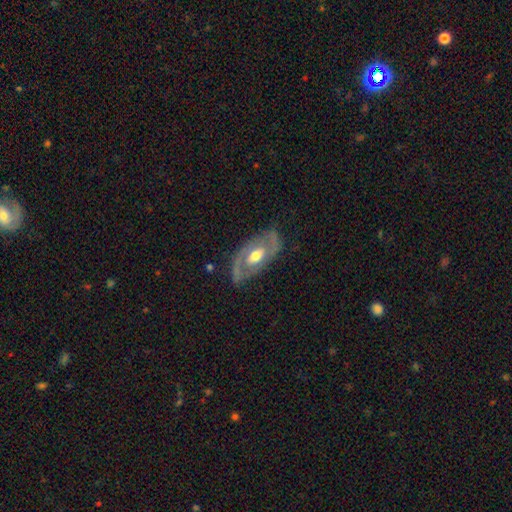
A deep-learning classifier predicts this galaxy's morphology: type=featured or disk (73%); edge-on=no (90%); bar=no (60%); spiral arms=yes (61%); bulge=moderate (71%); merging=none (76%).